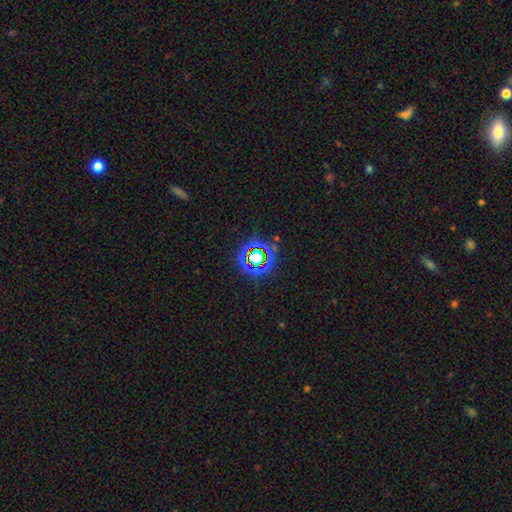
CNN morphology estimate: Smooth or featured? star or artifact (73%)